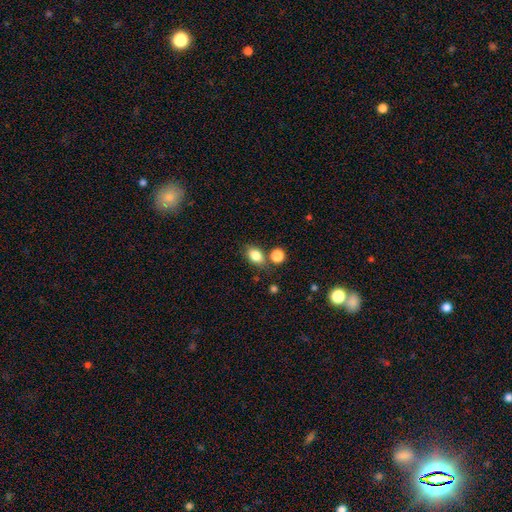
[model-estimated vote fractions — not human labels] Overall: smooth (83%). How rounded: in between (75%). Merging: none (67%).